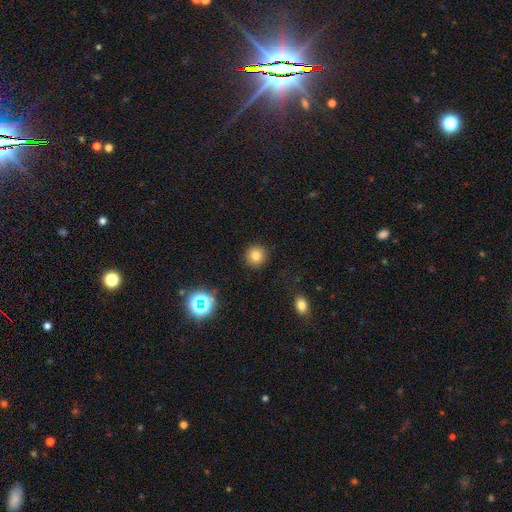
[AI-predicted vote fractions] Morphology: type=smooth (79%); roundness=round (94%); merging=none (91%).